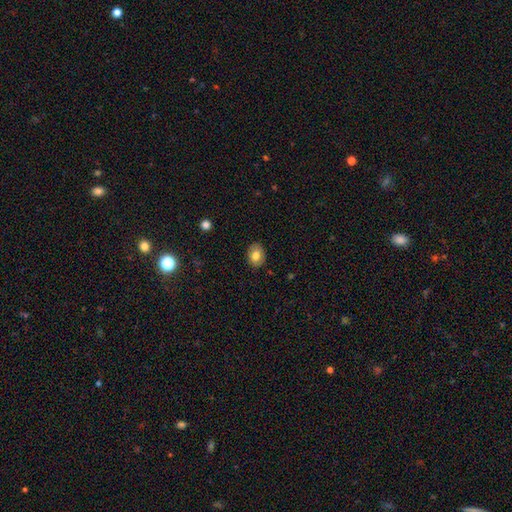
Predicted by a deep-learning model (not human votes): Smooth or featured? smooth (77%)
How rounded? in between (65%)
Merging? none (87%)